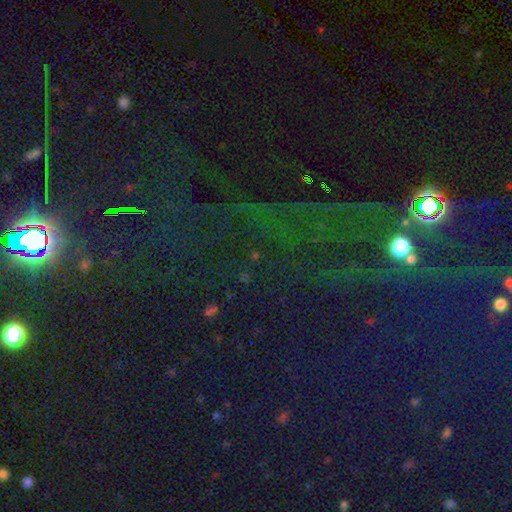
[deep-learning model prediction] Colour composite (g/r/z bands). It shows a star or artifact, not a galaxy (77%).